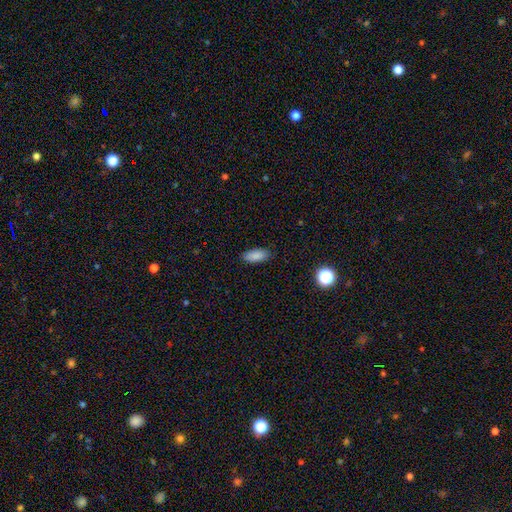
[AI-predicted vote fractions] Smooth or featured? smooth (86%)
How rounded? in between (84%)
Merging? none (86%)